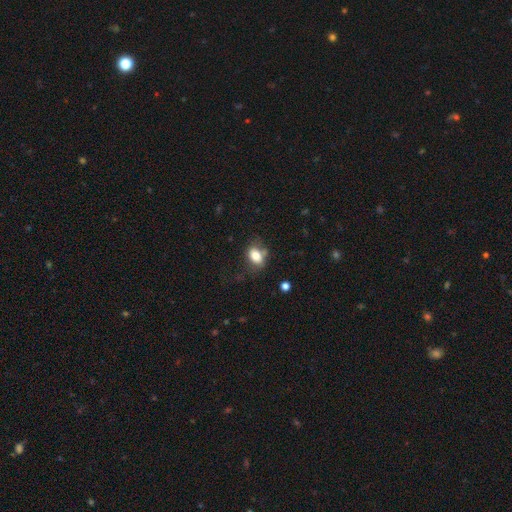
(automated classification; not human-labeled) This appears to be a smooth galaxy with no disk features (78%) that is in between round and cigar-shaped (75%). Merging: none (53%).